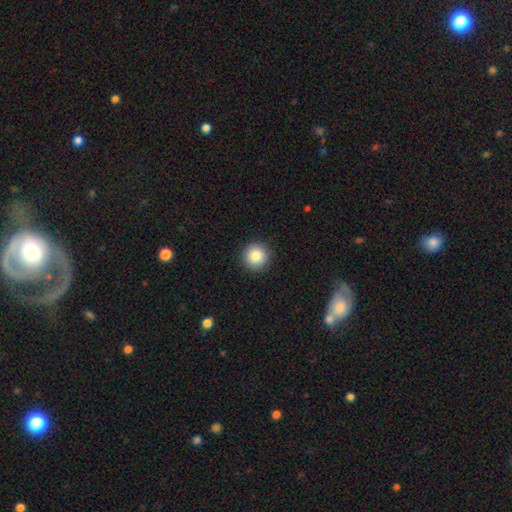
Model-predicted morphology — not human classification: Smooth or featured? Predicted: smooth (p=0.85). How rounded? Predicted: round (p=0.95). Merging? Predicted: none (p=0.91).